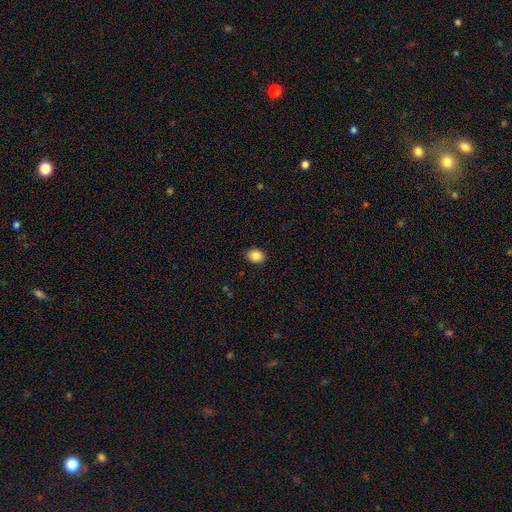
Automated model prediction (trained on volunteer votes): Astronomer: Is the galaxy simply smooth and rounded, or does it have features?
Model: smooth — 87%.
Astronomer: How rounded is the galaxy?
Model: in between — 56% (runner-up: round, 43%).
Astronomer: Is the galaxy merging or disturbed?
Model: none — 90%.